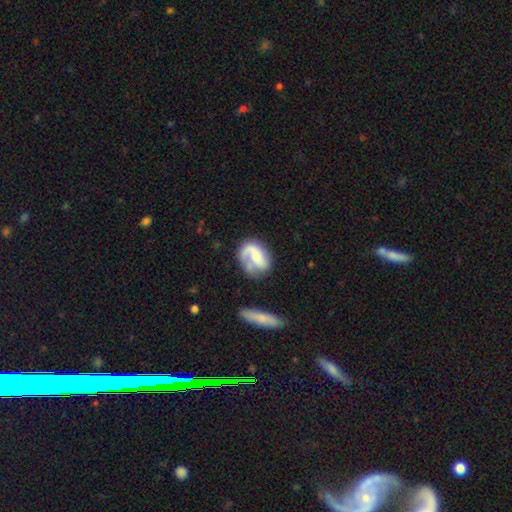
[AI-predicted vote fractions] featured or disk 69%, smooth 25%, star or artifact 6%. Down the decision tree: edge-on disk — no (97%); bar — no (51%); spiral arms — yes (89%); spiral arm count — 2 (45%); spiral winding — medium (39%); bulge size — small (43%, tied with moderate); merging — none (51%).